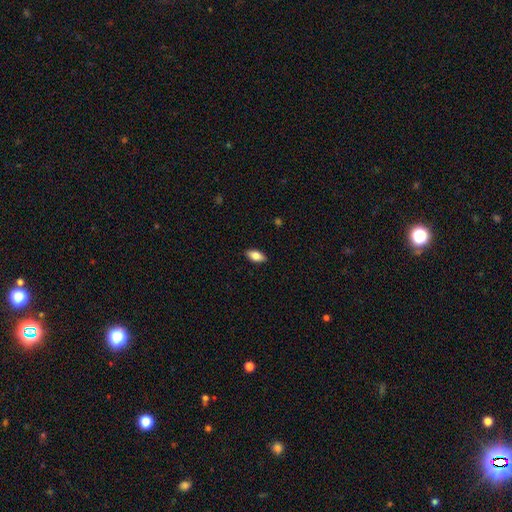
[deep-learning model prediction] Smooth or featured?
  - smooth: 82% *
  - featured or disk: 11%
  - star or artifact: 7%
How rounded?
  - in between: 89% *
  - cigar-shaped: 8%
  - round: 3%
Merging?
  - none: 89% *
  - minor disturbance: 8%
  - major disturbance: 2%
  - merger: 1%